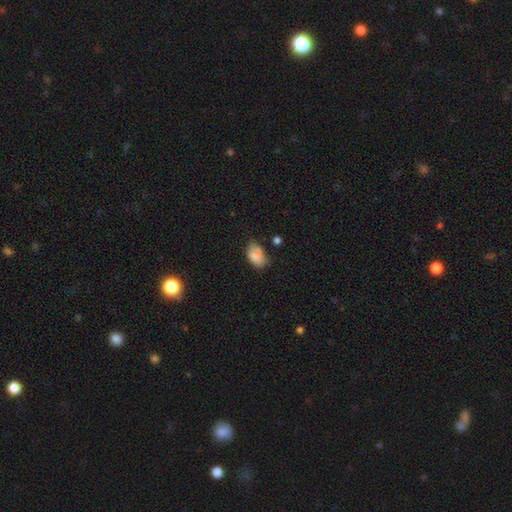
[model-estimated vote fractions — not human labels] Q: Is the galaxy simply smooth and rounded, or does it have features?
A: smooth — 79%.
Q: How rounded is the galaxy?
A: in between — 90%.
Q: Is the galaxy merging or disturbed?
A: none — 51%.